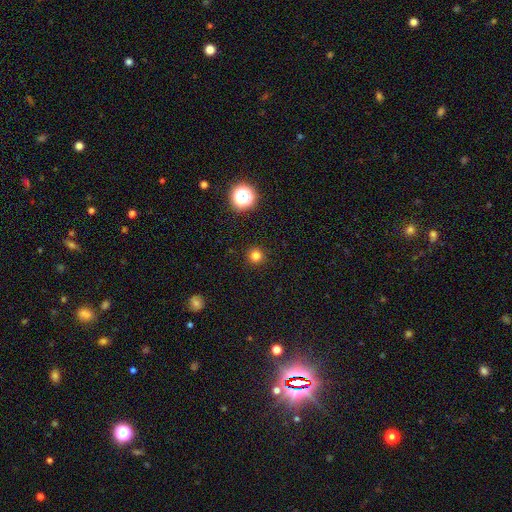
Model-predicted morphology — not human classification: smooth-or-featured: smooth: 79% | star or artifact: 16% | featured or disk: 5%
  how-rounded: round: 95% | in between: 4% | cigar-shaped: 1%
  merging: none: 92% | minor disturbance: 5% | major disturbance: 2% | merger: 1%